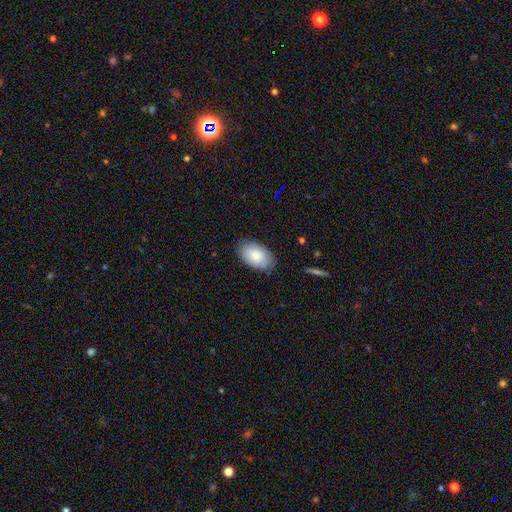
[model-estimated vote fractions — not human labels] Overall: smooth (84%). How rounded: in between (93%). Merging: none (81%).